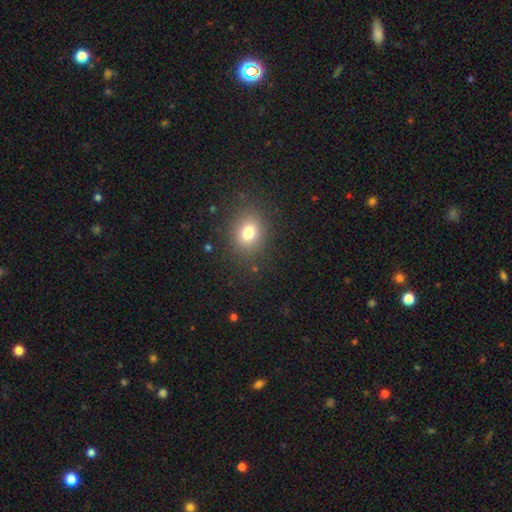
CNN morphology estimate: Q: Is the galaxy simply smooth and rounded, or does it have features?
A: smooth — 71%.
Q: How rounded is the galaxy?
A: round — 58%.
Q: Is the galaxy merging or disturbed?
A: none — 89%.